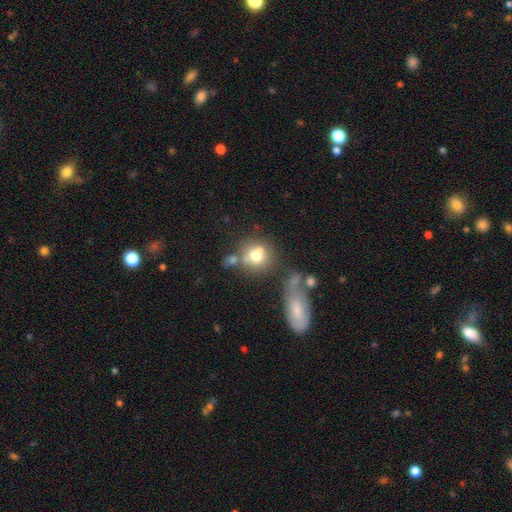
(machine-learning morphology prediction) smooth-or-featured: smooth: 67% | featured or disk: 22% | star or artifact: 12%
  how-rounded: round: 79% | in between: 20% | cigar-shaped: 2%
  merging: none: 43% | merger: 36% | minor disturbance: 13% | major disturbance: 8%